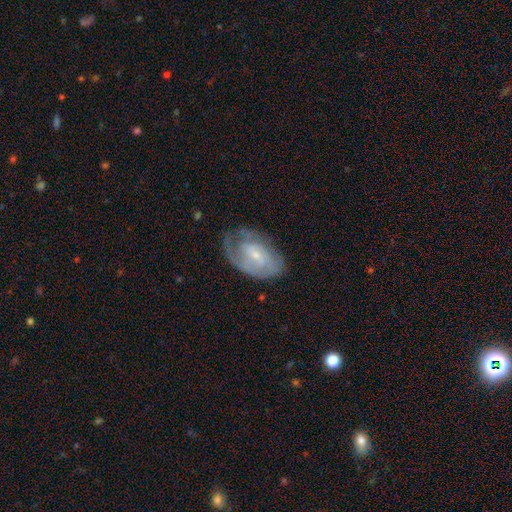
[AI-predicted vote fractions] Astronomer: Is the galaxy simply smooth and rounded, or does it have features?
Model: featured or disk — 68%.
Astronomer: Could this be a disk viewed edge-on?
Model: no — 95%.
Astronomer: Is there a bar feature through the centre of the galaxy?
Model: no — 46% (runner-up: weak, 43%).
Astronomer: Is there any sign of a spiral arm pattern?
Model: yes — 77%.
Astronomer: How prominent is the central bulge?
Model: small — 69%.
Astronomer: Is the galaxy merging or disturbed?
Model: none — 56%.